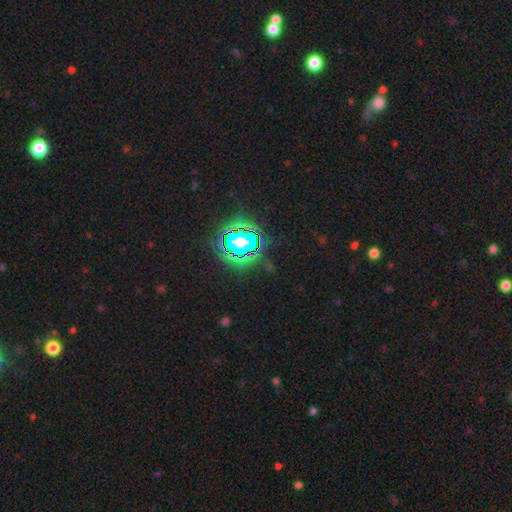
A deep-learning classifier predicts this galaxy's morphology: type=star or artifact (82%).